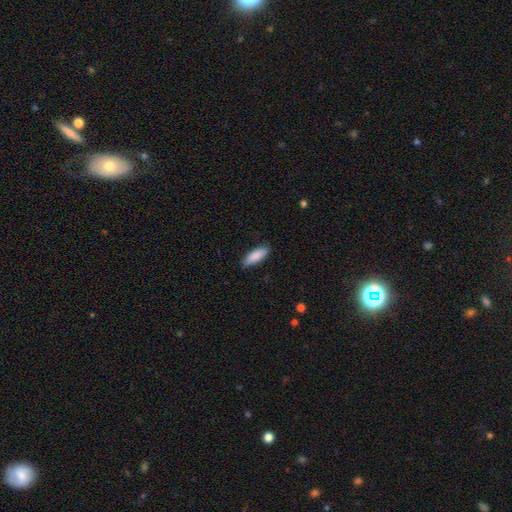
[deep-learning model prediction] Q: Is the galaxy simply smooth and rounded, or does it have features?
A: smooth — 88%.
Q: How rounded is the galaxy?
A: in between — 63%.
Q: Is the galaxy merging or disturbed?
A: none — 86%.